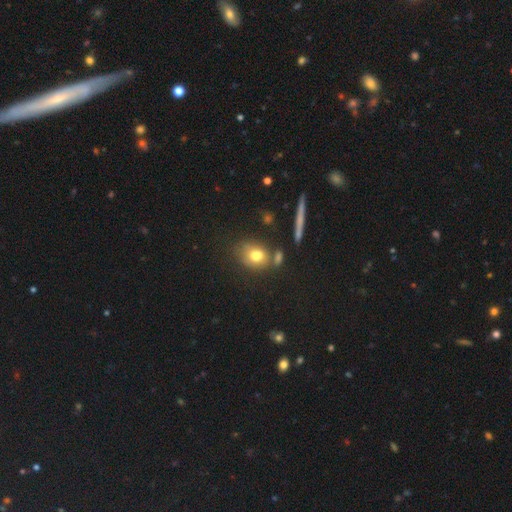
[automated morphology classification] Smooth or featured? smooth (75%)
How rounded? in between (52%)
Merging? none (61%)